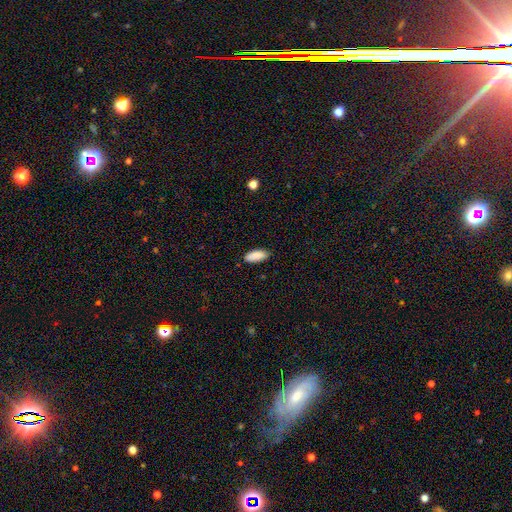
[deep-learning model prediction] Smooth or featured?
  - smooth: 90% *
  - star or artifact: 6%
  - featured or disk: 4%
How rounded?
  - in between: 83% *
  - cigar-shaped: 15%
  - round: 2%
Merging?
  - none: 85% *
  - minor disturbance: 12%
  - major disturbance: 2%
  - merger: 1%